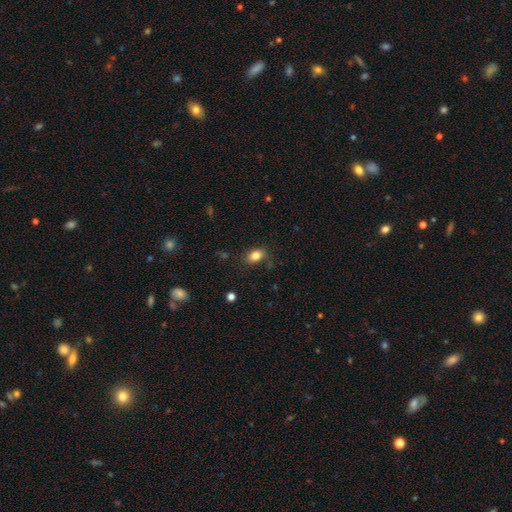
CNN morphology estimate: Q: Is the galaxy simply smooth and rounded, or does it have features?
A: smooth — 83%.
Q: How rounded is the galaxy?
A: in between — 79%.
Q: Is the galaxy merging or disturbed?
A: none — 75%.